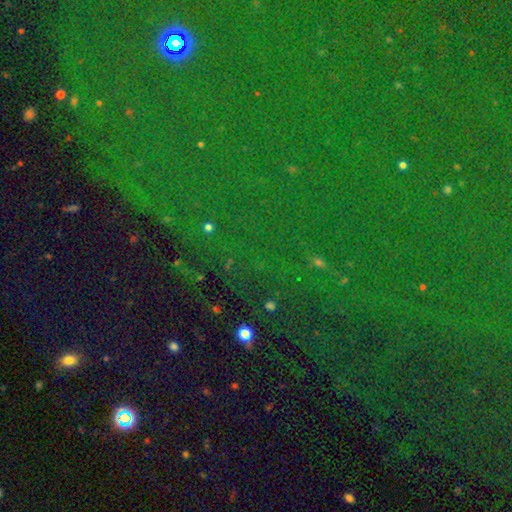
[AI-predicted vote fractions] The model was most divided on "smooth or featured": star or artifact: 84%, smooth: 8%, featured or disk: 7%.